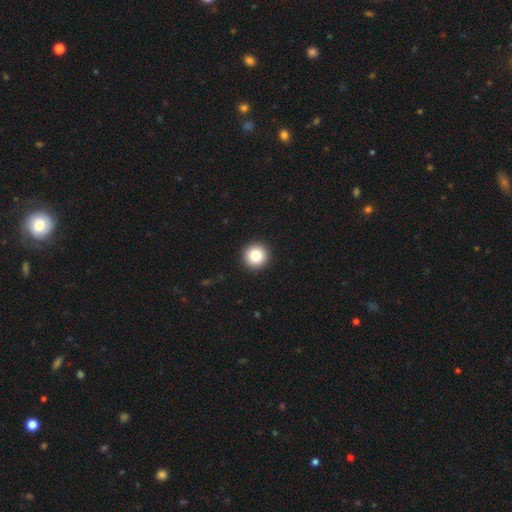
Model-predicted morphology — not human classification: Q: Smooth or featured?
A: smooth (83%); runner-up: star or artifact (10%)
Q: How rounded?
A: round (96%); runner-up: in between (3%)
Q: Merging?
A: none (94%); runner-up: minor disturbance (4%)